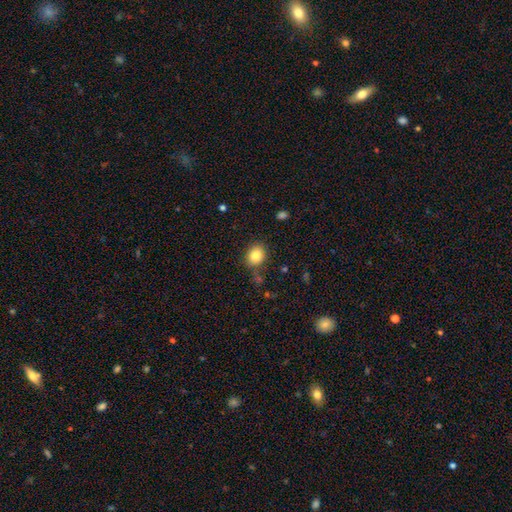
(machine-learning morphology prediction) Smooth or featured? smooth (83%)
How rounded? round (56%)
Merging? none (77%)